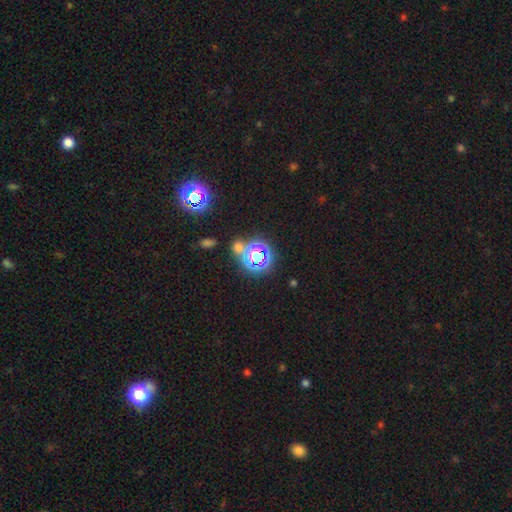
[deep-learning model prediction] smooth-or-featured: star or artifact: 60% | smooth: 31% | featured or disk: 9%